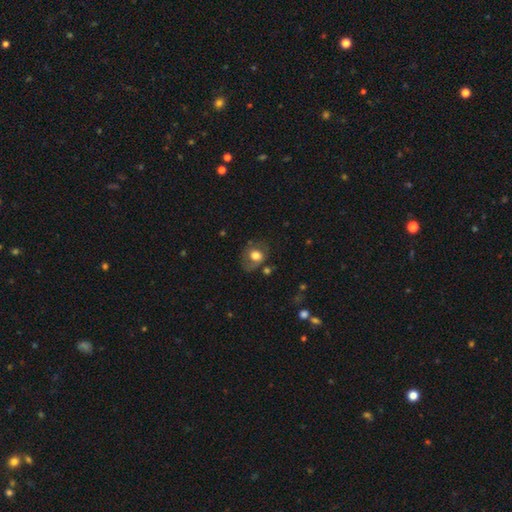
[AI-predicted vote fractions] Smooth or featured?
  - smooth: 65% *
  - featured or disk: 26%
  - star or artifact: 9%
How rounded?
  - round: 57% *
  - in between: 42%
  - cigar-shaped: 1%
Merging?
  - none: 63% *
  - minor disturbance: 22%
  - major disturbance: 11%
  - merger: 4%